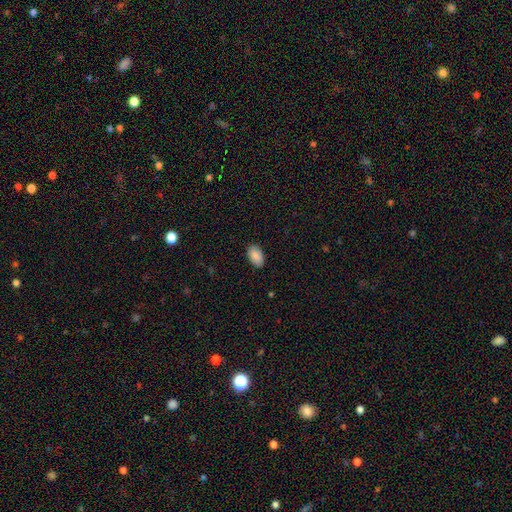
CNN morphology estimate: Smooth or featured? smooth (89%)
How rounded? in between (94%)
Merging? none (87%)